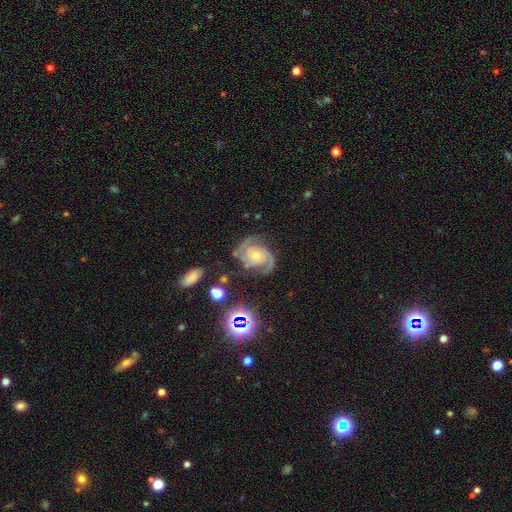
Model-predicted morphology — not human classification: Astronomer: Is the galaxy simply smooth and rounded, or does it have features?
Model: featured or disk — 89%.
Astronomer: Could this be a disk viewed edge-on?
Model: no — 98%.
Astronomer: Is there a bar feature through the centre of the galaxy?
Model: no — 70%.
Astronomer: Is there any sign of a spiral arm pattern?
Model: yes — 98%.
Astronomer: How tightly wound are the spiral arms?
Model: medium — 47% (runner-up: tight, 45%).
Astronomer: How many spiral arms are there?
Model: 2 — 78%.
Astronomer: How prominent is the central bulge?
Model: small — 54% (runner-up: moderate, 40%).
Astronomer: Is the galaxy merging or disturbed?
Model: none — 72%.